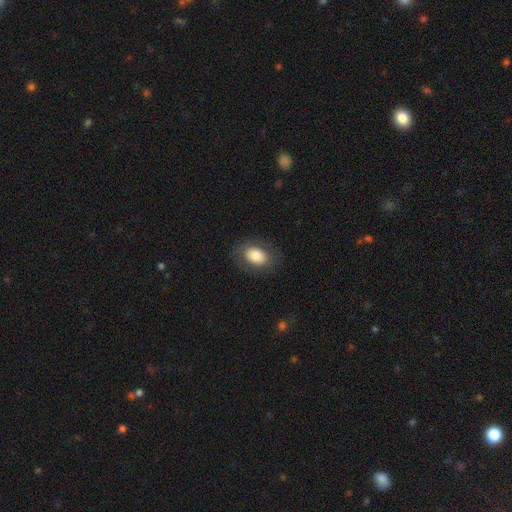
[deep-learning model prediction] Smooth or featured? Predicted: smooth (p=0.79). How rounded? Predicted: in between (p=0.80). Merging? Predicted: none (p=0.83).